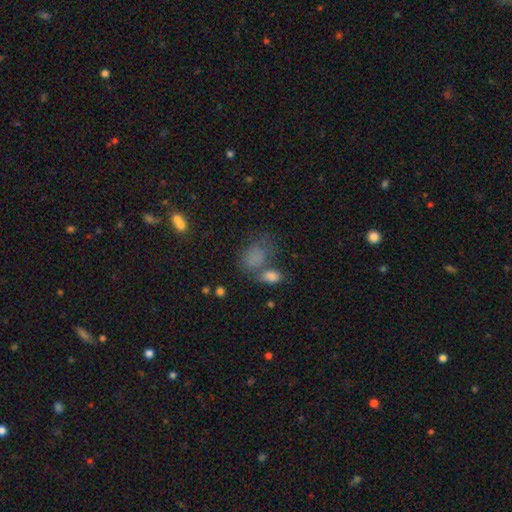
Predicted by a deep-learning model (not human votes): Smooth or featured? smooth (75%)
How rounded? in between (71%)
Merging? none (34%)